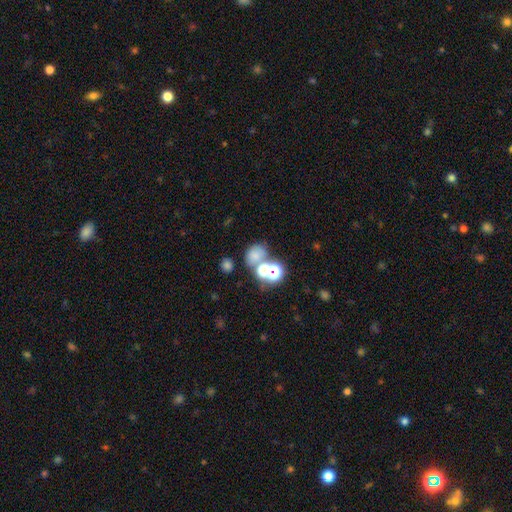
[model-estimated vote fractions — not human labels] smooth-or-featured: smooth: 62% | star or artifact: 25% | featured or disk: 13%
  how-rounded: round: 53% | in between: 46% | cigar-shaped: 1%
  merging: merger: 41% (tied) | none: 41% (tied) | minor disturbance: 11% | major disturbance: 8%